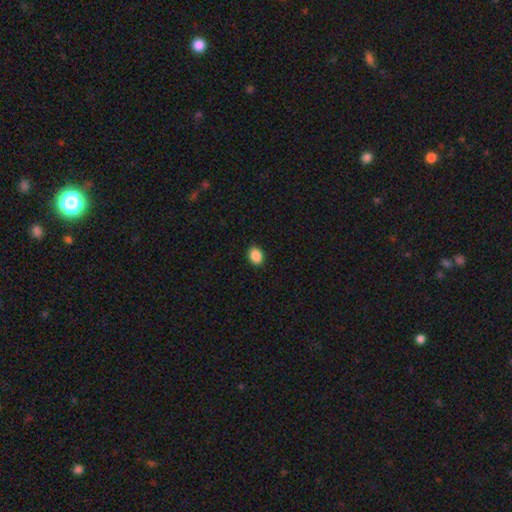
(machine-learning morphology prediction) A smooth galaxy with no disk features (89%) that is in between round and cigar-shaped (63%).

Vote fractions:
- Smooth or featured? smooth: 89% / star or artifact: 8% / featured or disk: 3%
- How rounded? in between: 63% / round: 36% / cigar-shaped: 1%
- Merging? none: 90% / minor disturbance: 7% / major disturbance: 2% / merger: 1%